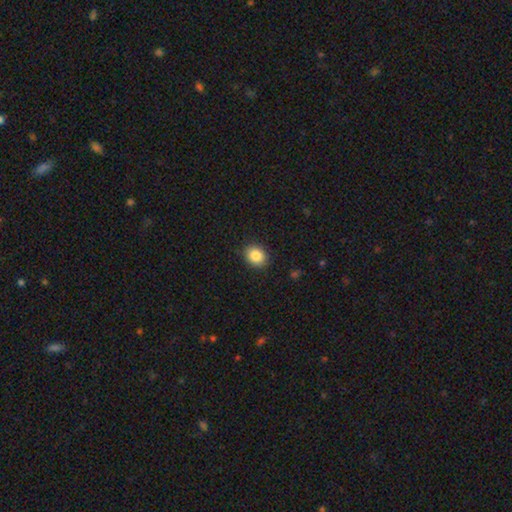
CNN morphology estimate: type=smooth (84%); roundness=round (54%); merging=none (89%).